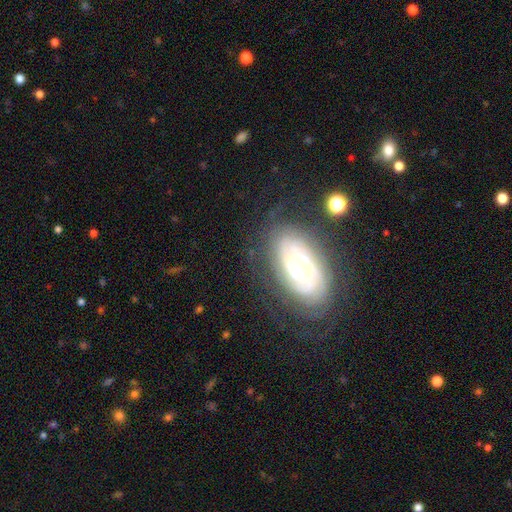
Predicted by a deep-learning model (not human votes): Morphology: type=featured or disk (57%); edge-on=no (91%); bar=no (79%); spiral arms=yes (70%); bulge=small (49%); merging=none (74%).